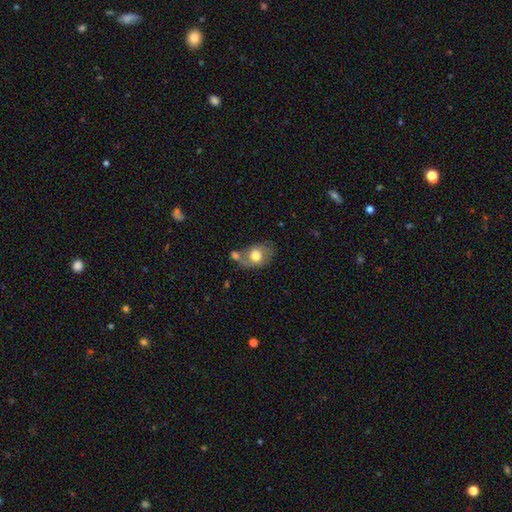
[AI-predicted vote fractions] smooth 64%, featured or disk 29%, star or artifact 7%. Down the decision tree: how rounded — in between (68%); merging — none (34%).